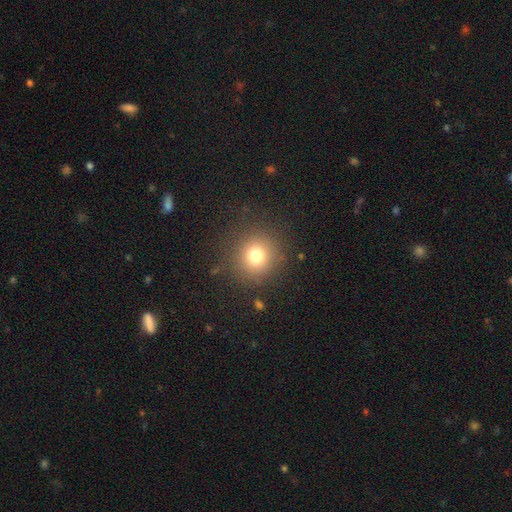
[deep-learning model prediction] smooth-or-featured: smooth: 76% | star or artifact: 14% | featured or disk: 9%
  how-rounded: round: 93% | in between: 7% | cigar-shaped: 1%
  merging: none: 87% | minor disturbance: 7% | major disturbance: 4% | merger: 1%